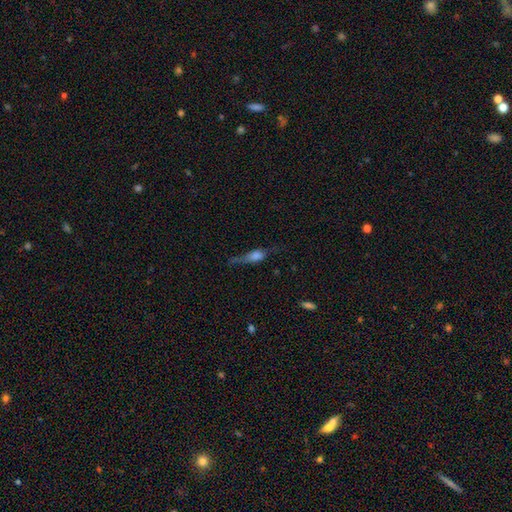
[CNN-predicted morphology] Smooth or featured: smooth — 53% (featured or disk — 35%)
How rounded: in between — 48% (cigar-shaped — 44%)
Merging: none — 40% (minor disturbance — 30%)